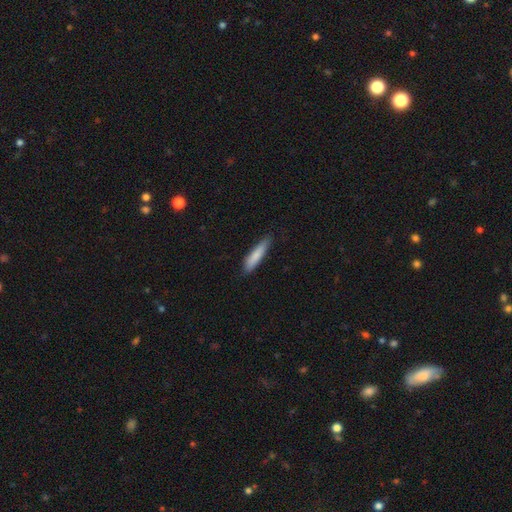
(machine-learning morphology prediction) Overall: smooth (82%). How rounded: cigar-shaped (81%). Merging: none (80%).